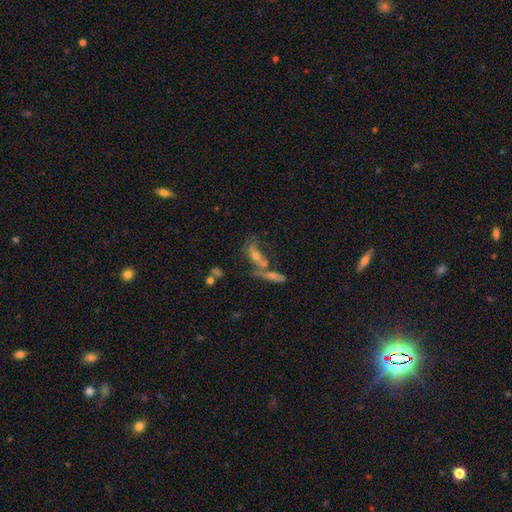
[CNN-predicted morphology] The model was most divided on "smooth or featured" (2-way tie): featured or disk: 34%, star or artifact: 34%, smooth: 32%. Remaining: merging — merger (42%).